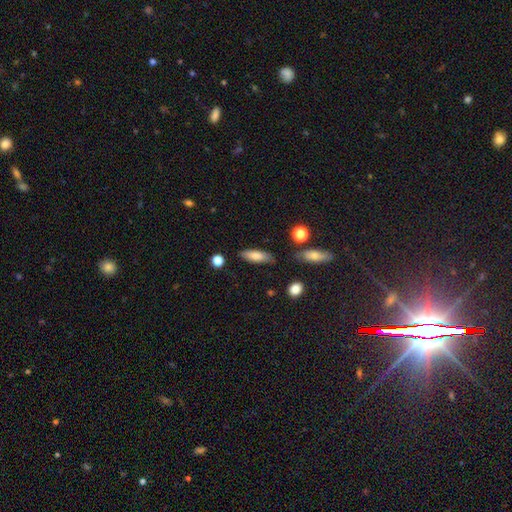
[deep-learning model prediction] smooth_or_featured: smooth (p=0.76) [alt: featured or disk p=0.16]
how_rounded: in between (p=0.57) [alt: cigar-shaped p=0.41]
merging: none (p=0.77) [alt: minor disturbance p=0.16]